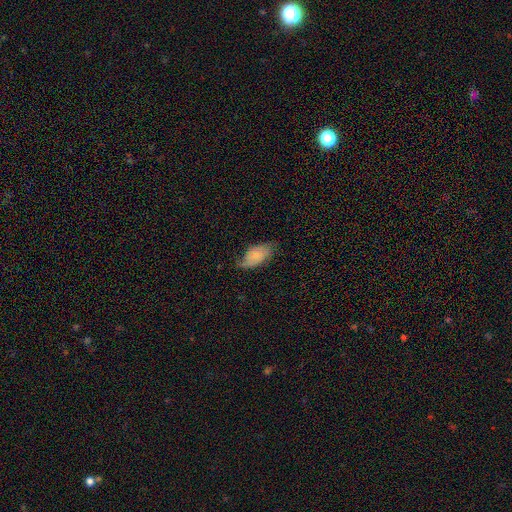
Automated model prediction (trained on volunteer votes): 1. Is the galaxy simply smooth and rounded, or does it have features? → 67% smooth, 26% featured or disk, 7% star or artifact.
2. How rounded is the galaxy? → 94% in between, 3% cigar-shaped, 3% round.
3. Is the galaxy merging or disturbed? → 54% none, 34% minor disturbance, 11% major disturbance, 2% merger.